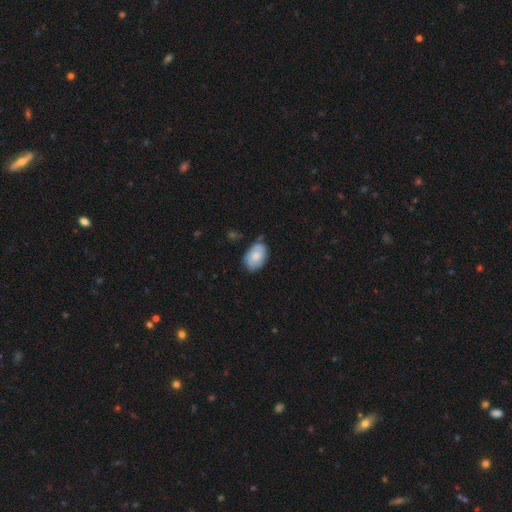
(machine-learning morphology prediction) Smooth or featured?
  - smooth: 70% *
  - featured or disk: 24%
  - star or artifact: 7%
How rounded?
  - in between: 89% *
  - round: 9%
  - cigar-shaped: 1%
Merging?
  - none: 67% *
  - minor disturbance: 27%
  - major disturbance: 4%
  - merger: 2%